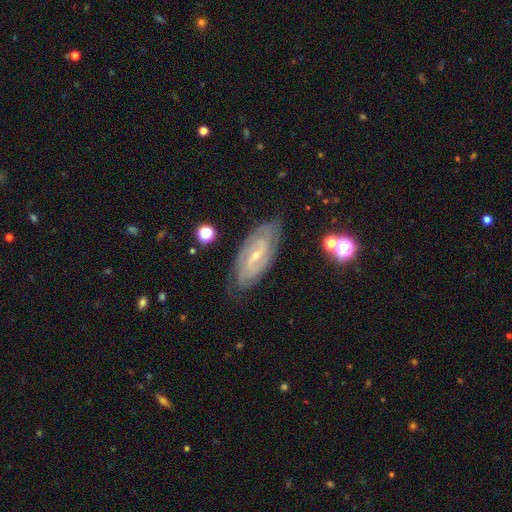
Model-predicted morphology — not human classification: type=featured or disk (84%); edge-on=no (93%); bar=weak (49%); spiral arms=yes (96%); winding=tight (55%); arm count=2 (62%); bulge=small (73%); merging=none (79%).